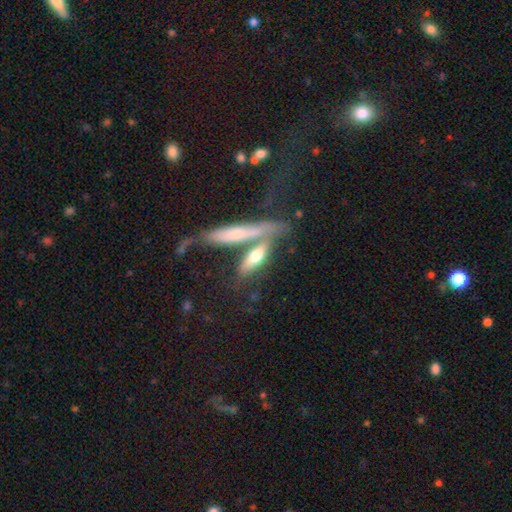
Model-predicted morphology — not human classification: smooth 53%, featured or disk 40%, star or artifact 7%. Down the decision tree: how rounded — cigar-shaped (62%); merging — merger (43%).